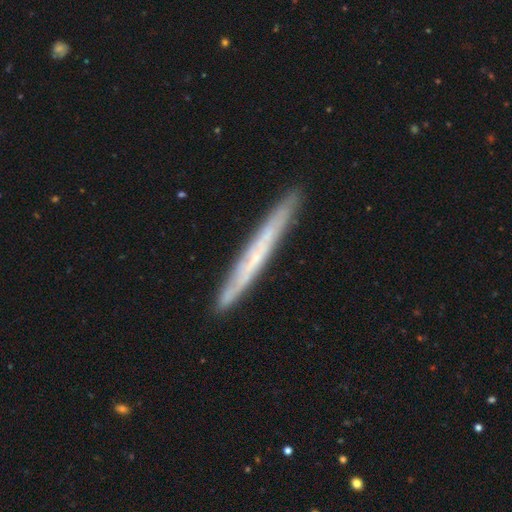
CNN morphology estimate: featured or disk 62%, smooth 32%, star or artifact 6%. Down the decision tree: edge-on disk — yes (91%); edge-on bulge — none (81%); merging — none (89%).